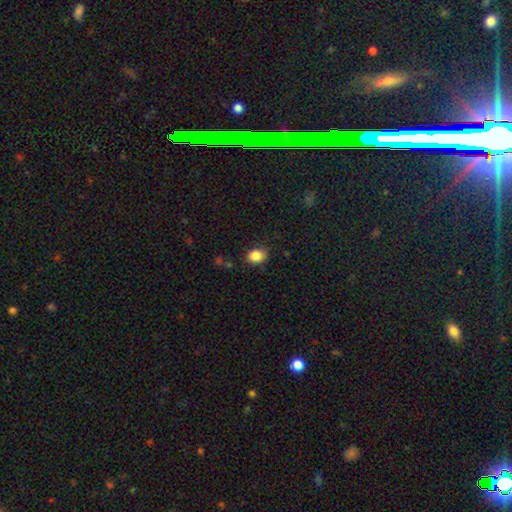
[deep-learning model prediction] Smooth or featured? smooth (86%)
How rounded? in between (56%)
Merging? none (82%)